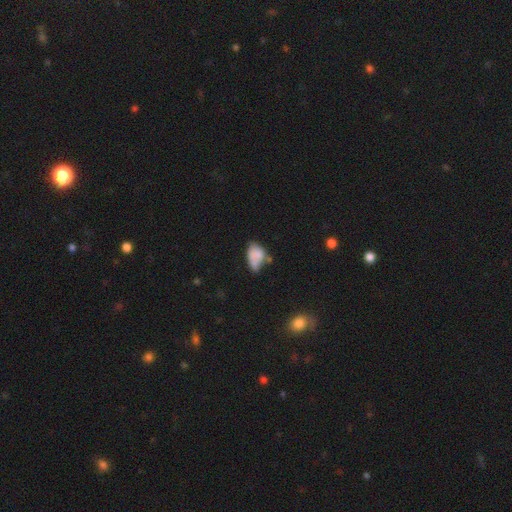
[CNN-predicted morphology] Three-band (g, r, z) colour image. It shows a smooth galaxy with no disk features (71%) that is in between round and cigar-shaped (87%). Merging: minor disturbance (34%).